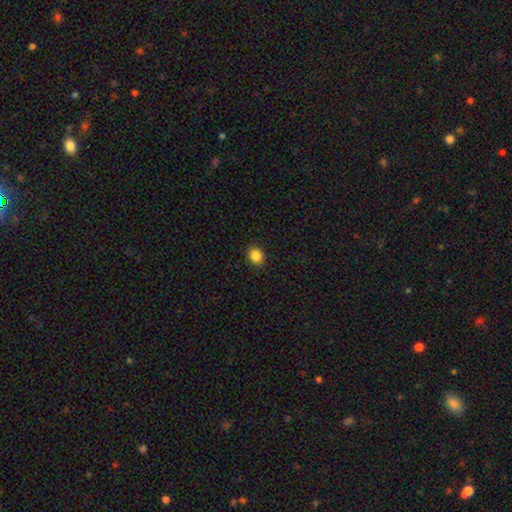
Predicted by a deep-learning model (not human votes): Q: Smooth or featured?
A: smooth (86%); runner-up: star or artifact (10%)
Q: How rounded?
A: round (66%); runner-up: in between (33%)
Q: Merging?
A: none (91%); runner-up: minor disturbance (7%)